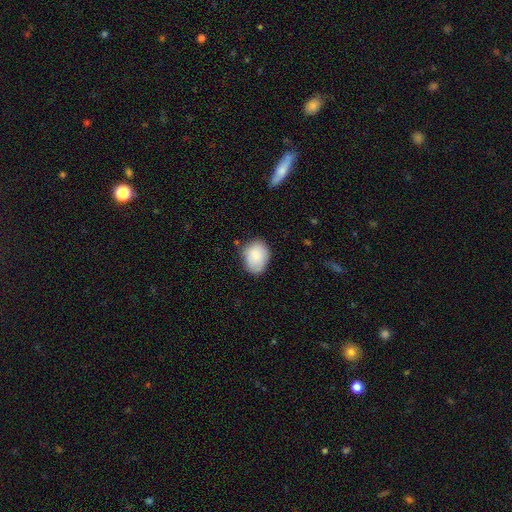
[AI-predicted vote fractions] Morphology: type=smooth (86%); roundness=in between (68%); merging=none (68%).